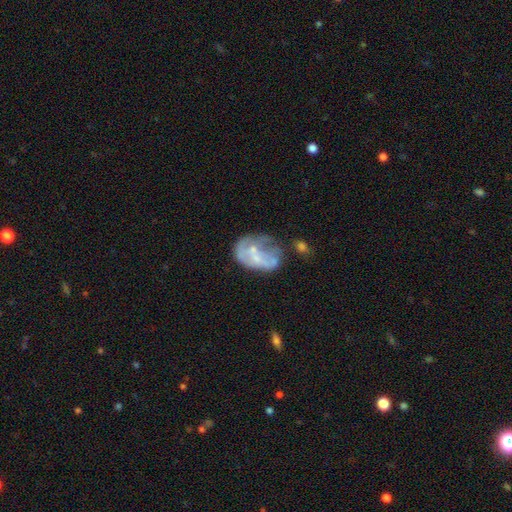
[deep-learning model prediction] Smooth or featured? featured or disk (60%)
Edge-on disk? no (97%)
Bar? no (74%)
Spiral arms? no (73%)
Bulge size? small (49%)
Merging? major disturbance (31%)